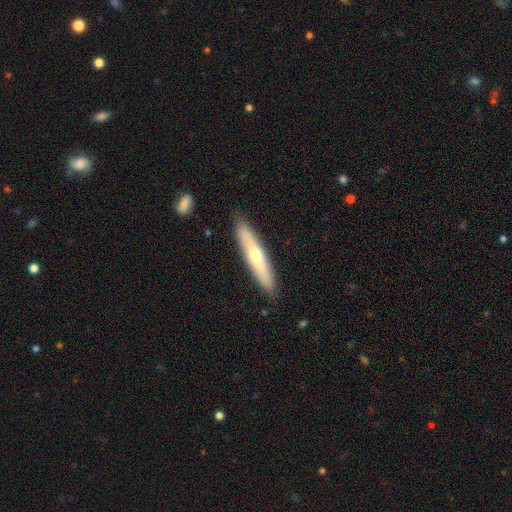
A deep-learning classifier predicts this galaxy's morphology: A smooth galaxy with no disk features (52%) that is cigar-shaped (87%).

Vote fractions:
- Smooth or featured? smooth: 52% / featured or disk: 42% / star or artifact: 6%
- How rounded? cigar-shaped: 87% / in between: 12% / round: 1%
- Merging? none: 87% / minor disturbance: 9% / major disturbance: 2% / merger: 1%